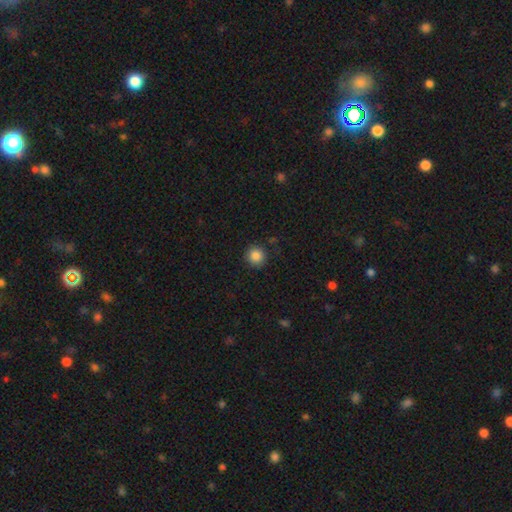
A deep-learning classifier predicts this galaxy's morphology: Smooth or featured?
  - smooth: 85% *
  - star or artifact: 10%
  - featured or disk: 4%
How rounded?
  - round: 94% *
  - in between: 5%
  - cigar-shaped: 1%
Merging?
  - none: 90% *
  - minor disturbance: 6%
  - major disturbance: 2%
  - merger: 1%